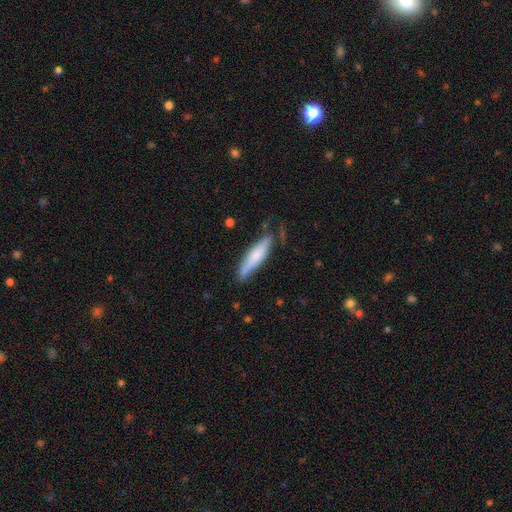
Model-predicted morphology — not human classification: The model was most divided on "merging": none: 62%, minor disturbance: 28%, major disturbance: 8%, merger: 3%. More confident: how rounded — cigar-shaped (80%); smooth or featured — smooth (67%).